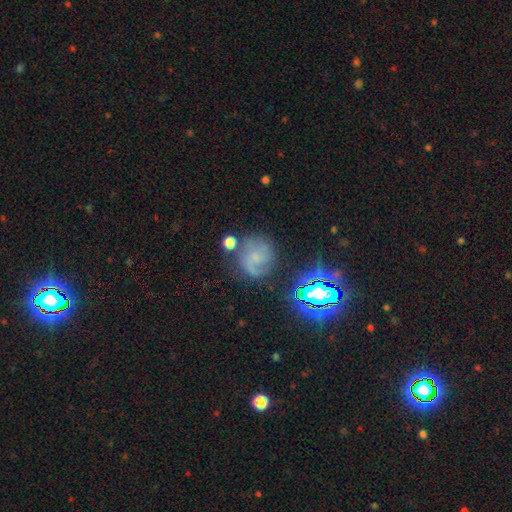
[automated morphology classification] This is possibly a featured or disk galaxy (52%). It is clearly not viewed edge-on (97%). Bar: likely no (62%). Spiral arm pattern: clearly yes (87%). Central bulge: possibly small (47%). Merging: possibly none (59%).